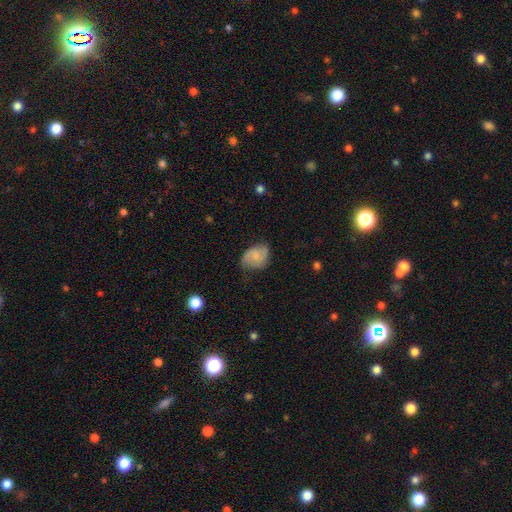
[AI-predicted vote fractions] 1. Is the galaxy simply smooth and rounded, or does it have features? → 53% smooth, 39% featured or disk, 8% star or artifact.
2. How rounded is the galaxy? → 60% in between, 39% round, 1% cigar-shaped.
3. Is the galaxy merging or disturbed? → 58% none, 31% minor disturbance, 9% major disturbance, 2% merger.